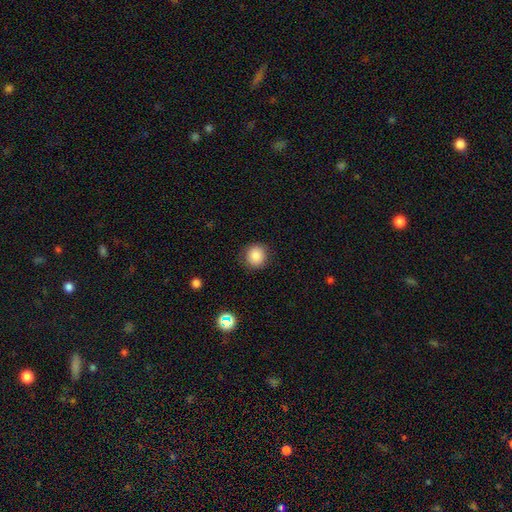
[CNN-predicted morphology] Q: Smooth or featured?
A: smooth (84%); runner-up: star or artifact (10%)
Q: How rounded?
A: round (90%); runner-up: in between (9%)
Q: Merging?
A: none (86%); runner-up: minor disturbance (10%)